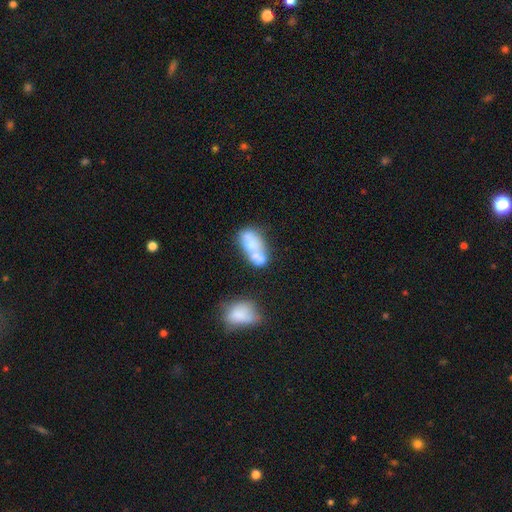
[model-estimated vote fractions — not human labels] smooth_or_featured: smooth (p=0.57) [alt: featured or disk p=0.34]
how_rounded: in between (p=0.82) [alt: round p=0.14]
merging: merger (p=0.60) [alt: none p=0.20]